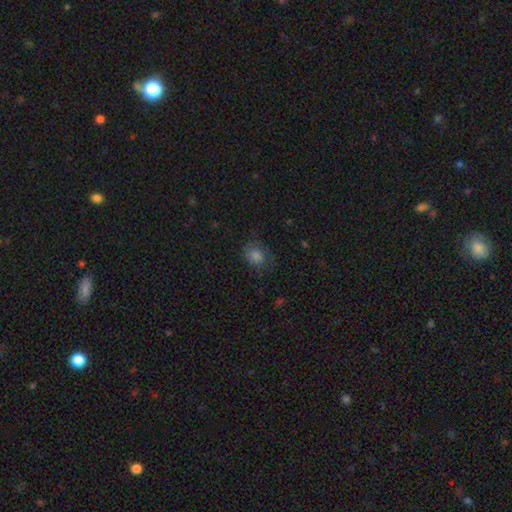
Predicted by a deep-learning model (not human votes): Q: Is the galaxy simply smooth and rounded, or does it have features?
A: smooth — 76%.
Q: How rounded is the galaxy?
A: round — 54%.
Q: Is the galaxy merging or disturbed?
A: none — 71%.